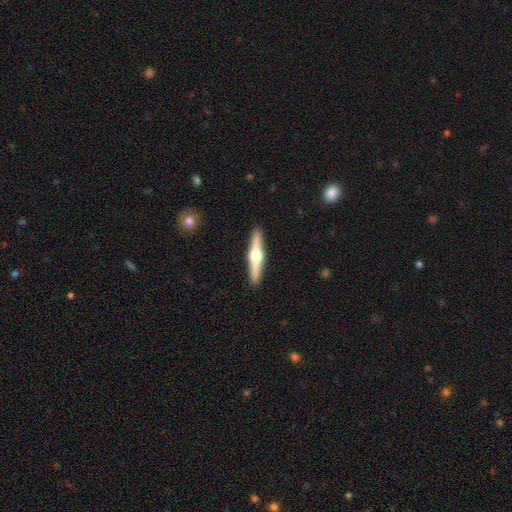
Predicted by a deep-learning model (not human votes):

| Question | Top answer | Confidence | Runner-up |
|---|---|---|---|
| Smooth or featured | featured or disk | 65% | smooth (30%) |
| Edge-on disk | yes | 97% | no (3%) |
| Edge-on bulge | rounded | 95% | boxy (3%) |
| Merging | none | 92% | minor disturbance (6%) |